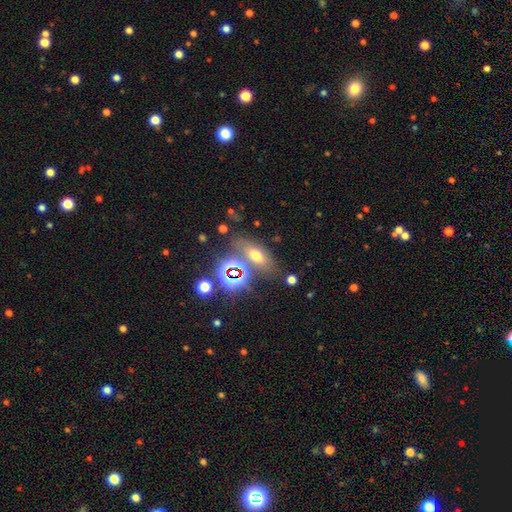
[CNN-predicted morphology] The model was most divided on "smooth or featured": smooth: 54%, star or artifact: 29%, featured or disk: 17%. More confident: how rounded — in between (74%); merging — none (67%).